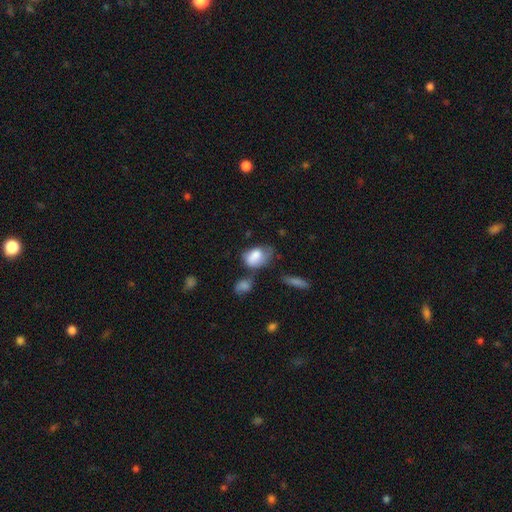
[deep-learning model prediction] This is likely a smooth galaxy (77%). How rounded: clearly in between (84%). Merging: marginally none (34%).